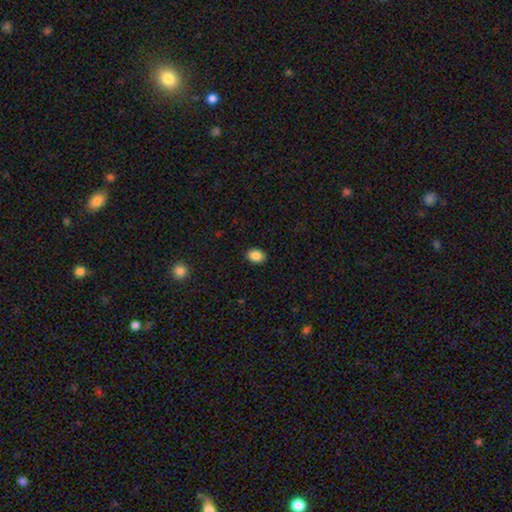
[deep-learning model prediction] Overall: smooth (87%). How rounded: in between (71%). Merging: none (90%).